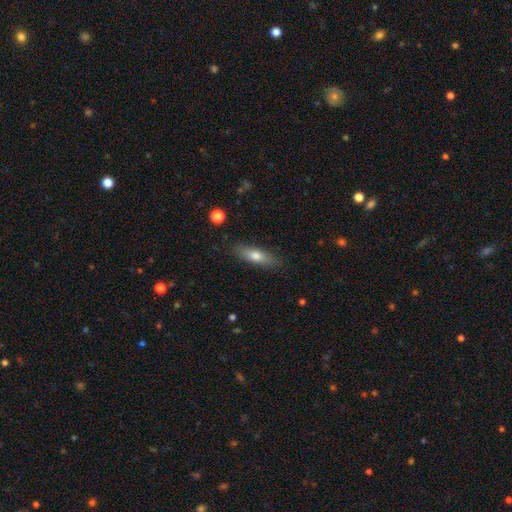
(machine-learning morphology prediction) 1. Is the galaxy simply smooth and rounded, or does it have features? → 68% smooth, 25% featured or disk, 7% star or artifact.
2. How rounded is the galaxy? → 55% cigar-shaped, 42% in between, 3% round.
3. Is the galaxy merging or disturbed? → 86% none, 11% minor disturbance, 3% major disturbance, 1% merger.